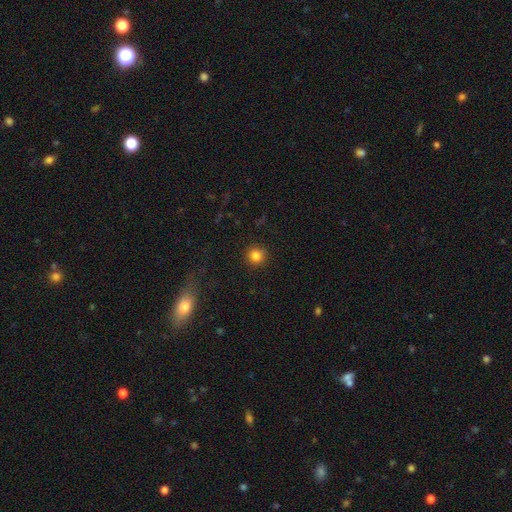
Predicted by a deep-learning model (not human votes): smooth 84%, star or artifact 12%, featured or disk 5%. Down the decision tree: how rounded — round (94%); merging — none (92%).